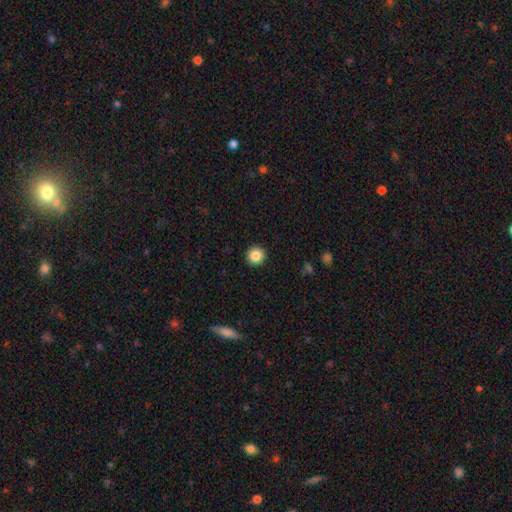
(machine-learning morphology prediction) type=smooth (86%); roundness=round (95%); merging=none (93%).